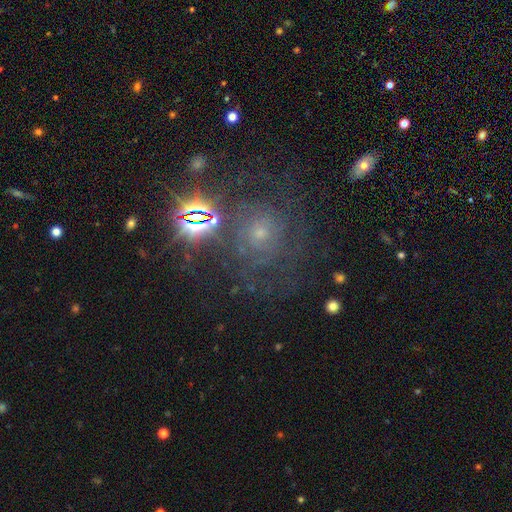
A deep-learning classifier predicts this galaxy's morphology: smooth-or-featured: featured or disk: 40% | star or artifact: 39% | smooth: 22%
  merging: none: 68% | minor disturbance: 13% | major disturbance: 11% | merger: 8%